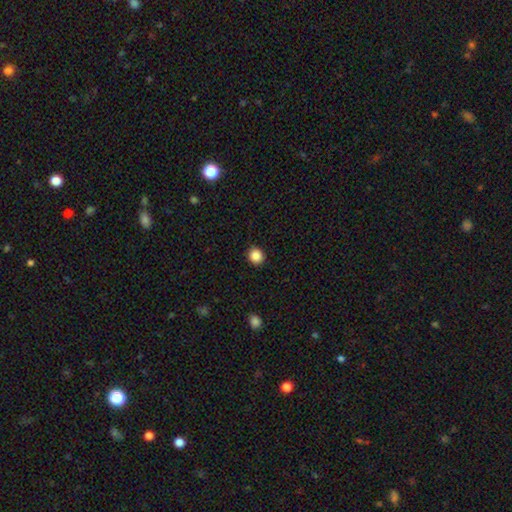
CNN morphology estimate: A smooth galaxy with no disk features (87%) that is round (85%). Merging: none (91%).